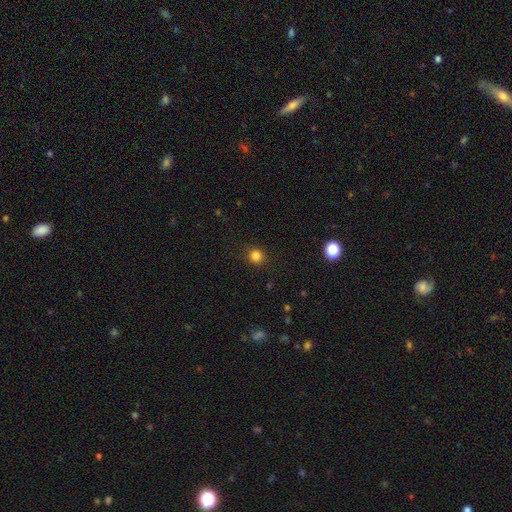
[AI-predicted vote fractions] smooth-or-featured: smooth: 83% | star or artifact: 13% | featured or disk: 4%
  how-rounded: round: 88% | in between: 11% | cigar-shaped: 1%
  merging: none: 90% | minor disturbance: 7% | major disturbance: 2% | merger: 1%